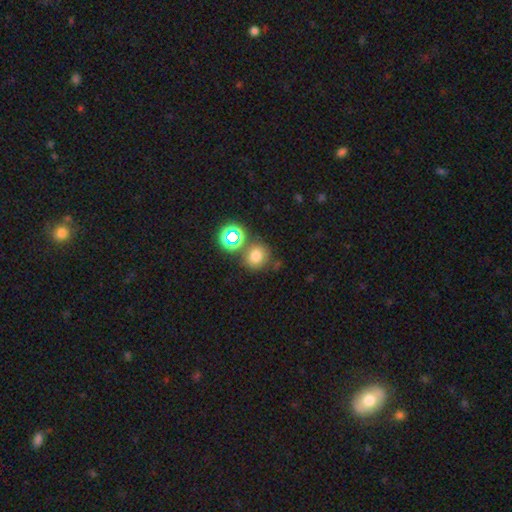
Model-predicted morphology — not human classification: Overall: smooth (71%). How rounded: round (79%). Merging: none (68%).